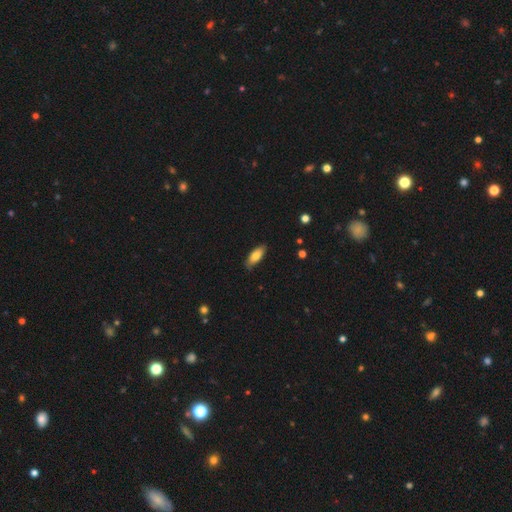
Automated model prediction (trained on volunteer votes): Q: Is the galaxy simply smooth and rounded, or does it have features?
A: smooth — 77%.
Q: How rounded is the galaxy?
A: in between — 77%.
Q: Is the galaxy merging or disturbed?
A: none — 81%.